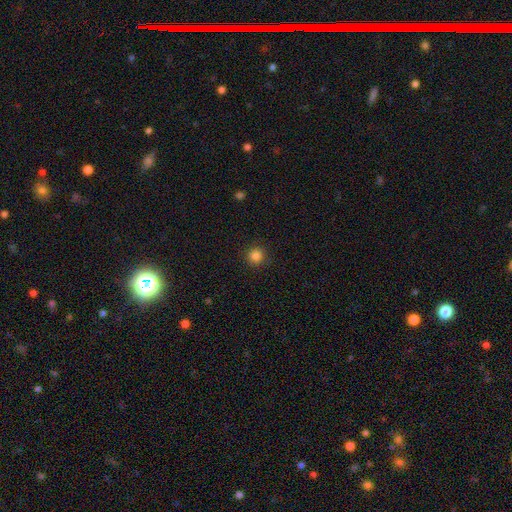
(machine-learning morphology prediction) The model was most divided on "smooth or featured": smooth: 85%, star or artifact: 12%, featured or disk: 3%. More confident: how rounded — round (94%); merging — none (91%).